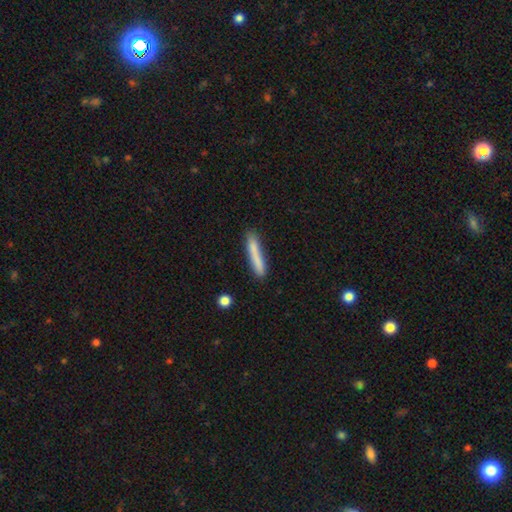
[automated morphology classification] This is likely a smooth galaxy (78%). How rounded: clearly cigar-shaped (94%). Merging: likely none (79%).